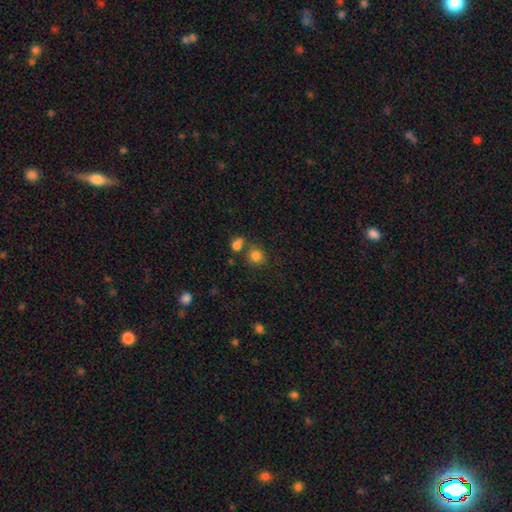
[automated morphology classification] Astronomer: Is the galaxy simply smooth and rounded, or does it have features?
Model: smooth — 82%.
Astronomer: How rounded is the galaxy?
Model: round — 85%.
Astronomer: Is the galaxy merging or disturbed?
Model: none — 65%.